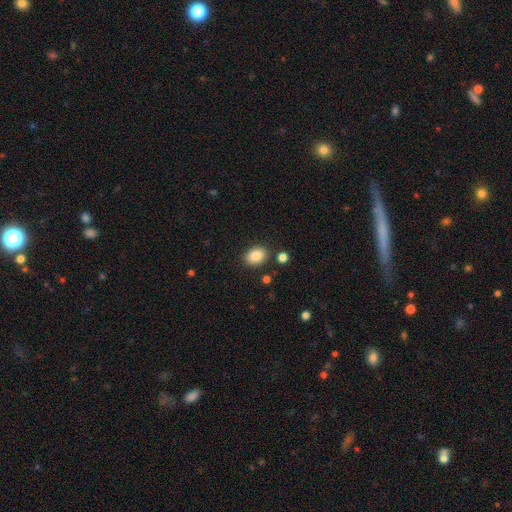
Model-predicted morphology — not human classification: Smooth or featured? smooth (86%)
How rounded? in between (73%)
Merging? none (85%)